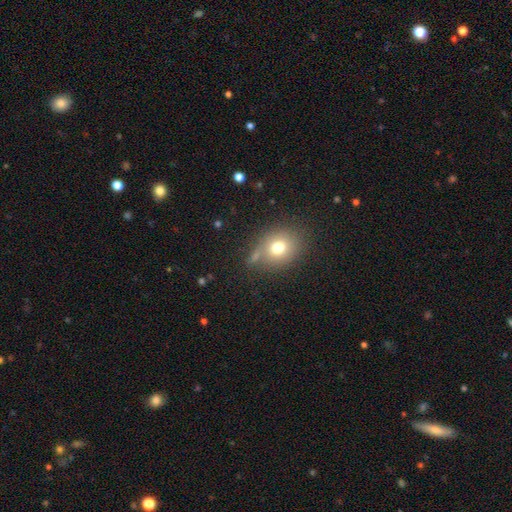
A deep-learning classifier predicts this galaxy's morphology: A smooth galaxy with no disk features (71%) that is round (64%). Merging: none (68%).